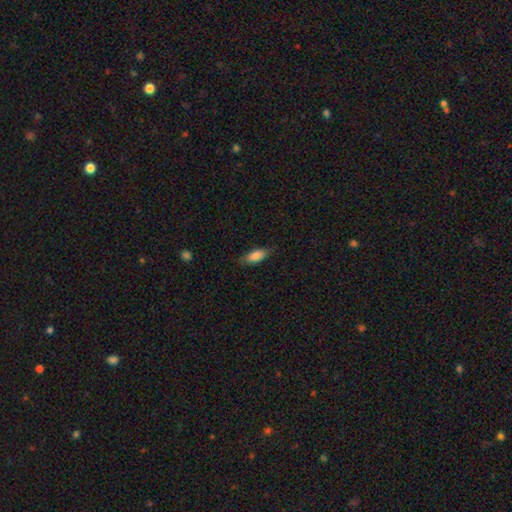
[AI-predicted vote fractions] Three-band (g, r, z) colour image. It shows a smooth galaxy with no disk features (82%) that is in between round and cigar-shaped (79%). Merging: none (77%).